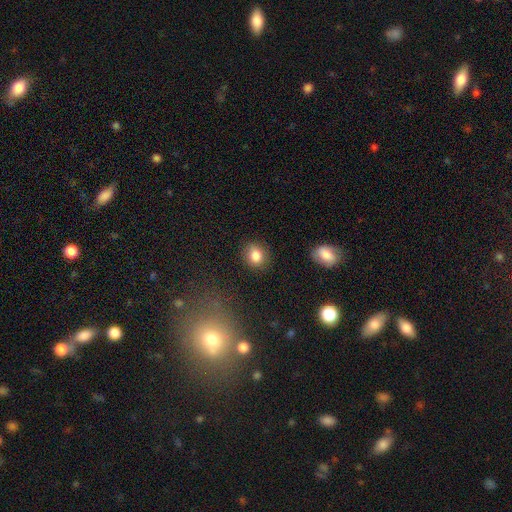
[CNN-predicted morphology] A smooth galaxy with no disk features (83%) that is round (60%).

Vote fractions:
- Smooth or featured? smooth: 83% / star or artifact: 10% / featured or disk: 7%
- How rounded? round: 60% / in between: 39% / cigar-shaped: 1%
- Merging? none: 84% / minor disturbance: 11% / major disturbance: 3% / merger: 2%